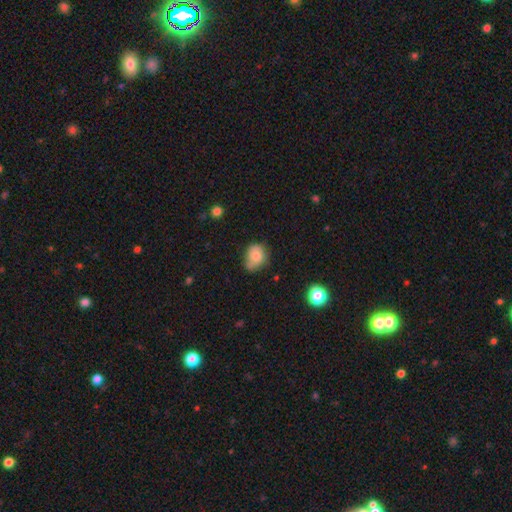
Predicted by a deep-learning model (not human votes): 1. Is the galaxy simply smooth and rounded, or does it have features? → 79% smooth, 12% featured or disk, 9% star or artifact.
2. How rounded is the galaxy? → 59% in between, 40% round, 1% cigar-shaped.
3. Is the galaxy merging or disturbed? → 48% none, 39% minor disturbance, 9% major disturbance, 4% merger.